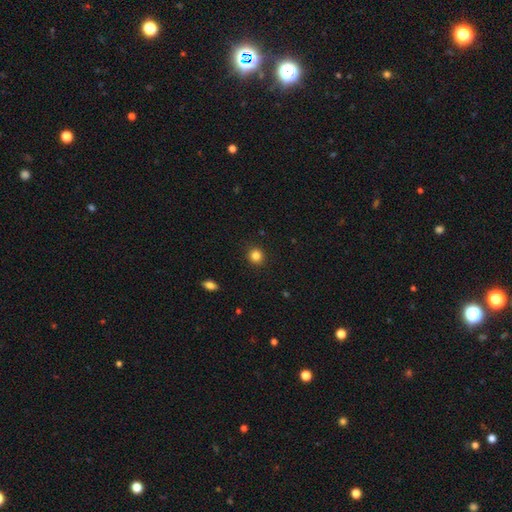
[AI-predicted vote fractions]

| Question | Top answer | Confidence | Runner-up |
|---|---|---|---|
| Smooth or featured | smooth | 84% | star or artifact (12%) |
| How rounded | round | 89% | in between (10%) |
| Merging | none | 92% | minor disturbance (5%) |